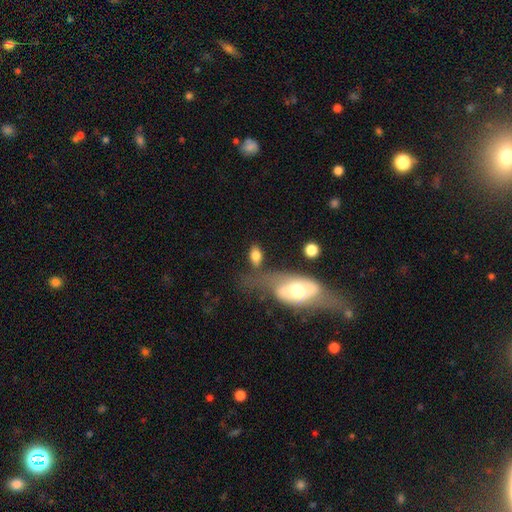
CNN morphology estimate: smooth_or_featured: smooth (p=0.74) [alt: featured or disk p=0.19]
how_rounded: in between (p=0.87) [alt: round p=0.08]
merging: none (p=0.53) [alt: merger p=0.21]